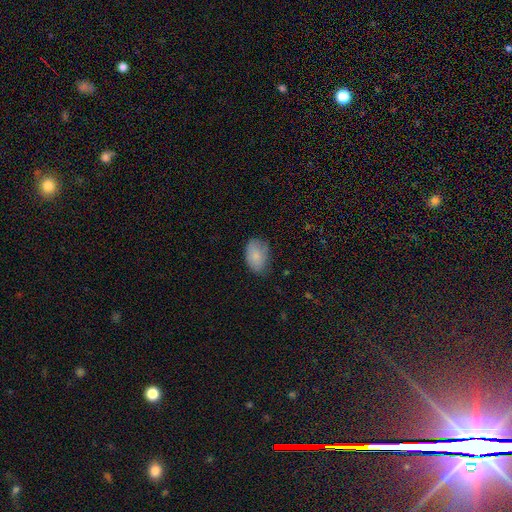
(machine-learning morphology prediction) This is clearly a smooth galaxy (81%). How rounded: clearly in between (84%). Merging: likely none (67%).